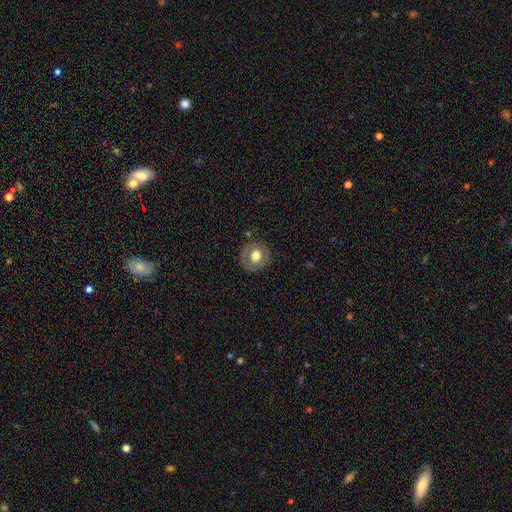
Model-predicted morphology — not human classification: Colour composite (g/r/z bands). It shows a smooth galaxy with no disk features (58%) that is round (84%). Merging: none (81%).